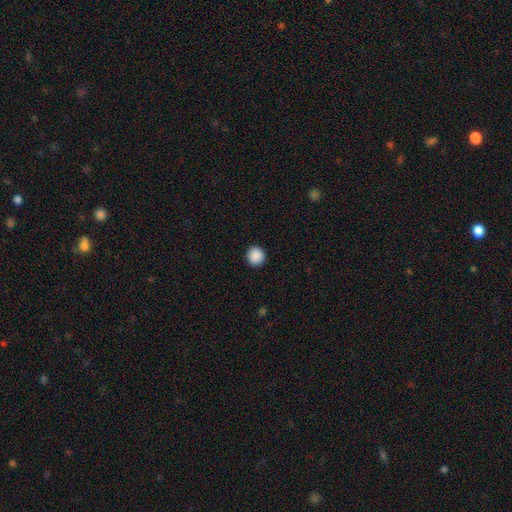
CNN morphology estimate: Smooth or featured? Predicted: smooth (p=0.89). How rounded? Predicted: round (p=0.95). Merging? Predicted: none (p=0.93).